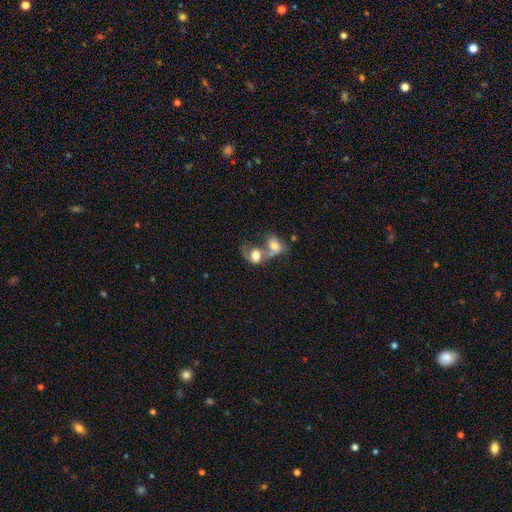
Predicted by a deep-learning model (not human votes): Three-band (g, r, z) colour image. It shows a smooth galaxy with no disk features (61%) that is in between round and cigar-shaped (59%). Merging: merger (71%).